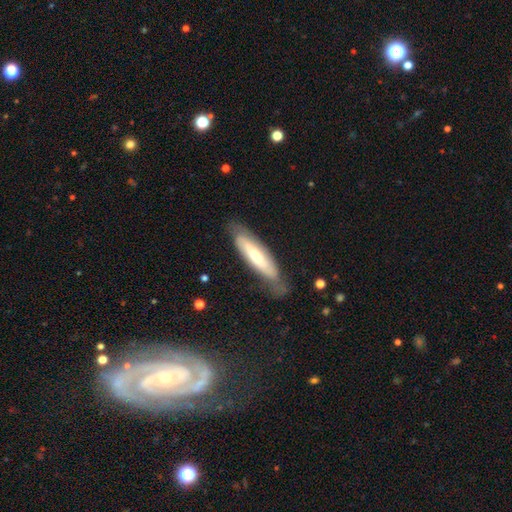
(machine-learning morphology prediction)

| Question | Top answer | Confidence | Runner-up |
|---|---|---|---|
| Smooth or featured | featured or disk | 47% | tied: smooth (47%) |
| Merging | none | 68% | minor disturbance (22%) |